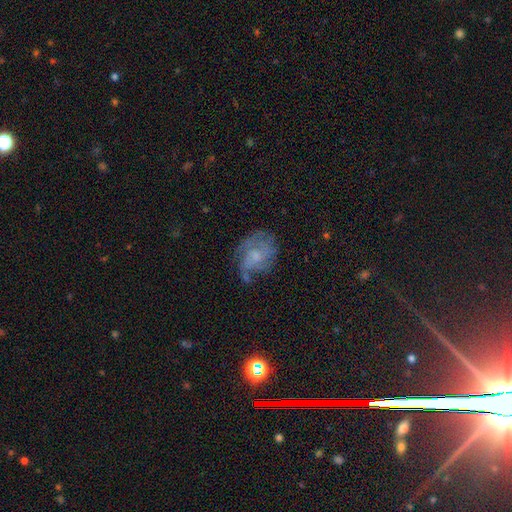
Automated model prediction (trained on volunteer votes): Smooth or featured: featured or disk — 62% (smooth — 28%)
Edge-on disk: no — 97% (yes — 3%)
Bar: no — 68% (weak — 29%)
Spiral arms: yes — 76% (no — 24%)
Bulge size: small — 43% (moderate — 32%)
Merging: none — 50% (minor disturbance — 25%)